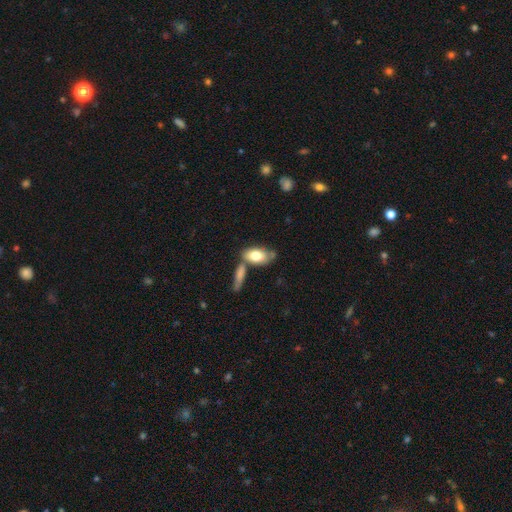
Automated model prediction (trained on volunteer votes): This is likely a smooth galaxy (75%). How rounded: clearly in between (90%). Merging: possibly none (45%).